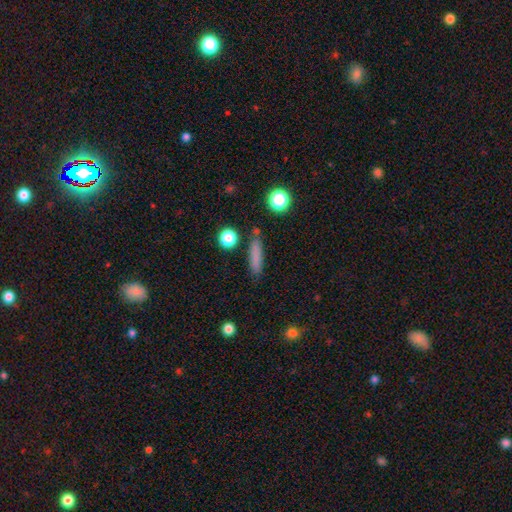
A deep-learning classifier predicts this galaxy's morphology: smooth_or_featured: smooth (p=0.80) [alt: star or artifact p=0.10]
how_rounded: cigar-shaped (p=0.76) [alt: in between p=0.20]
merging: none (p=0.80) [alt: minor disturbance p=0.12]